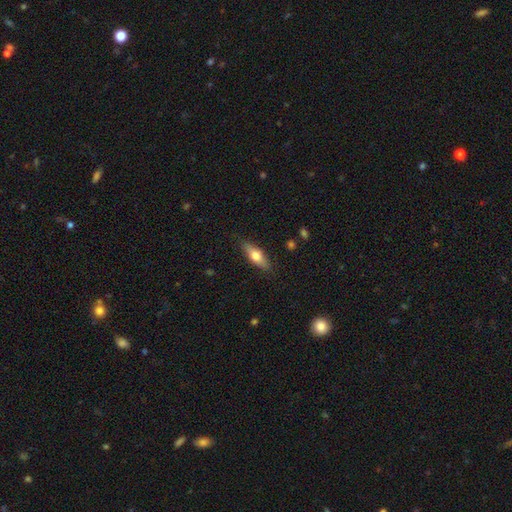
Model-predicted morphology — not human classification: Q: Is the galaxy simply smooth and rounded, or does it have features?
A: smooth — 59%.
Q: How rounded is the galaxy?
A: in between — 55%.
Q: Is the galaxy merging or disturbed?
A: none — 86%.